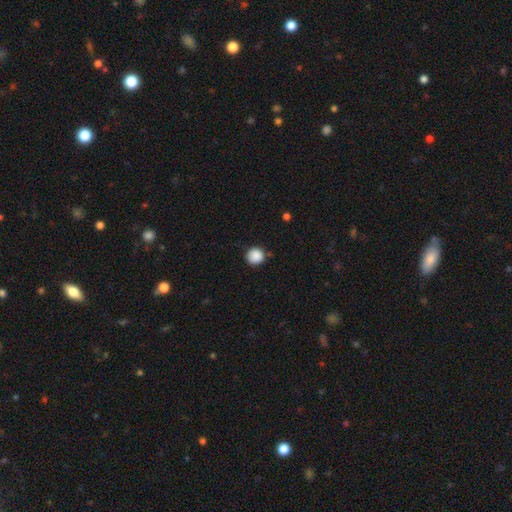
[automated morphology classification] A smooth galaxy with no disk features (88%) that is round (92%).

Vote fractions:
- Smooth or featured? smooth: 88% / star or artifact: 9% / featured or disk: 3%
- How rounded? round: 92% / in between: 7% / cigar-shaped: 1%
- Merging? none: 84% / minor disturbance: 11% / major disturbance: 3% / merger: 2%